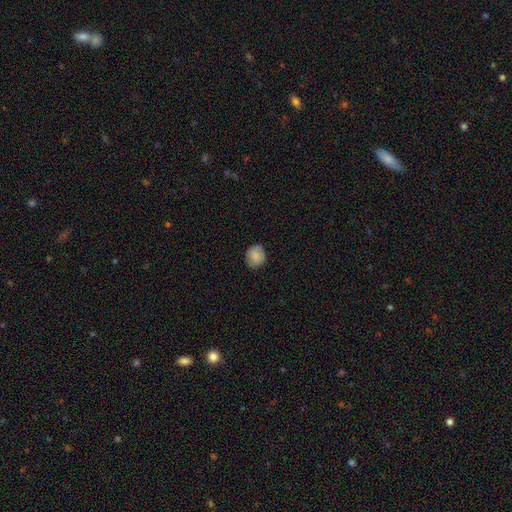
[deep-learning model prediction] Q: Smooth or featured?
A: smooth (83%); runner-up: featured or disk (9%)
Q: How rounded?
A: round (75%); runner-up: in between (24%)
Q: Merging?
A: none (84%); runner-up: minor disturbance (12%)